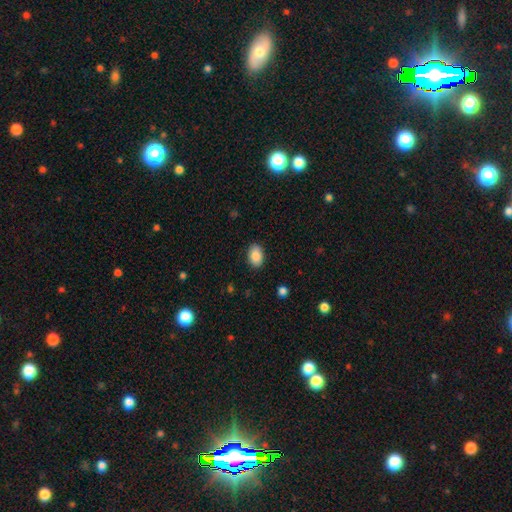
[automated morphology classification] smooth-or-featured: smooth: 88% | star or artifact: 7% | featured or disk: 5%
  how-rounded: in between: 90% | round: 9% | cigar-shaped: 1%
  merging: none: 88% | minor disturbance: 9% | major disturbance: 2% | merger: 1%